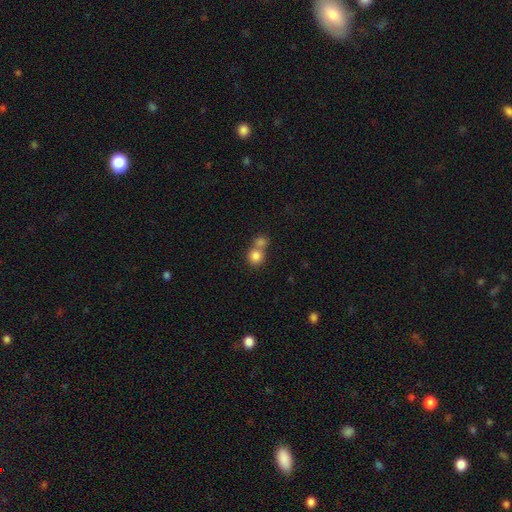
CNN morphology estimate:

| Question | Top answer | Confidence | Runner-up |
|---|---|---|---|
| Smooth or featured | smooth | 82% | star or artifact (10%) |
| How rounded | round | 87% | in between (12%) |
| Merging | merger | 48% | none (43%) |